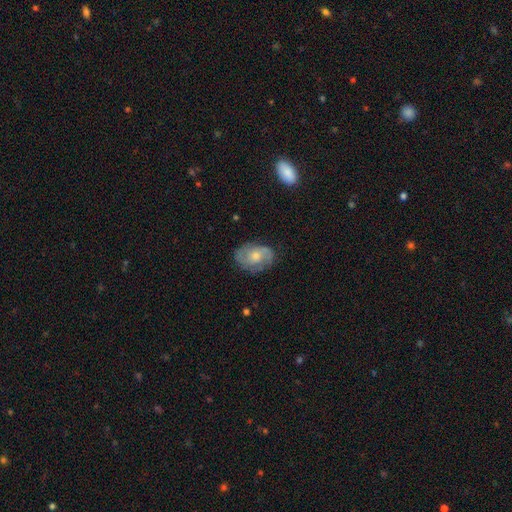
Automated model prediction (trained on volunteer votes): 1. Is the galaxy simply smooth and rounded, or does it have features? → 57% featured or disk, 36% smooth, 7% star or artifact.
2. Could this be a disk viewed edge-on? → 96% no, 4% yes.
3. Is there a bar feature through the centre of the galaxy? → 74% no, 23% weak, 3% strong.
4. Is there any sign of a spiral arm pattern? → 80% yes, 20% no.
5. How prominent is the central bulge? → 54% moderate, 36% small, 5% large, 4% none, 1% dominant.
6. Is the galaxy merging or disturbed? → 72% none, 20% minor disturbance, 7% major disturbance, 1% merger.